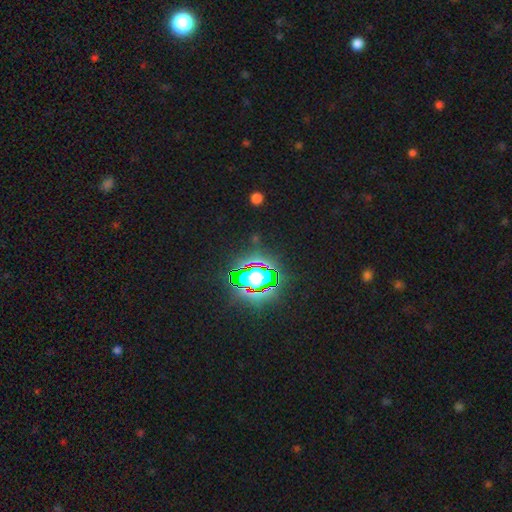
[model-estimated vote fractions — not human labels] Smooth or featured? star or artifact (80%)